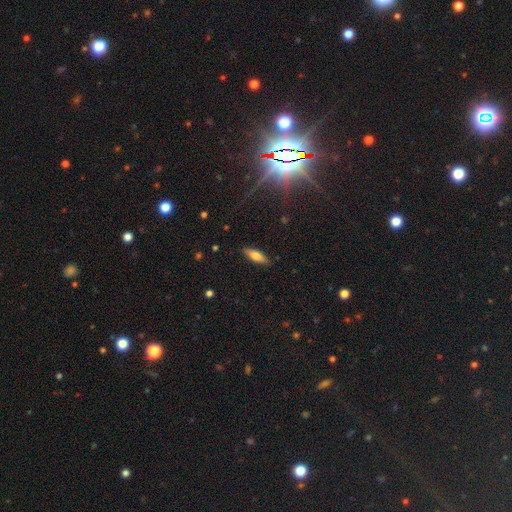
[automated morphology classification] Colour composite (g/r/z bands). It shows a smooth galaxy with no disk features (71%) that is in between round and cigar-shaped (57%). Merging: none (88%).